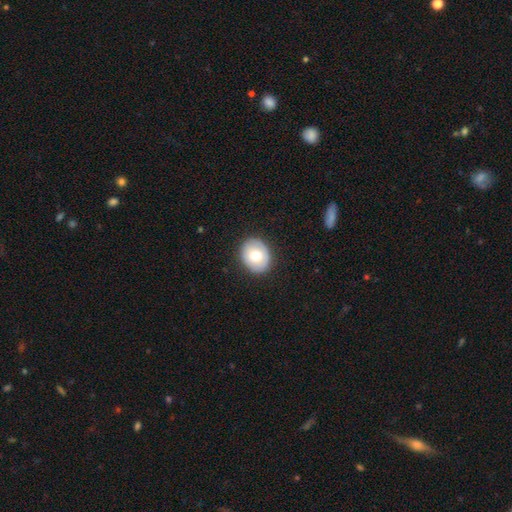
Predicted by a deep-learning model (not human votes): smooth-or-featured: smooth: 70% | featured or disk: 23% | star or artifact: 8%
  how-rounded: round: 60% | in between: 39% | cigar-shaped: 1%
  merging: none: 87% | minor disturbance: 9% | major disturbance: 2% | merger: 1%